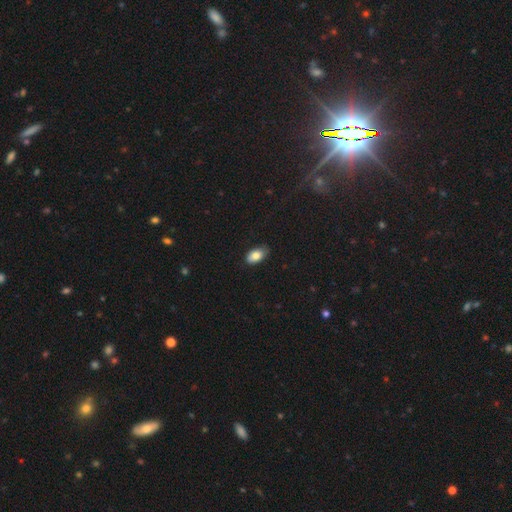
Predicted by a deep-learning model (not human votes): Smooth or featured?
  - smooth: 81% *
  - featured or disk: 12%
  - star or artifact: 7%
How rounded?
  - in between: 92% *
  - round: 5%
  - cigar-shaped: 2%
Merging?
  - none: 82% *
  - minor disturbance: 14%
  - major disturbance: 2%
  - merger: 1%